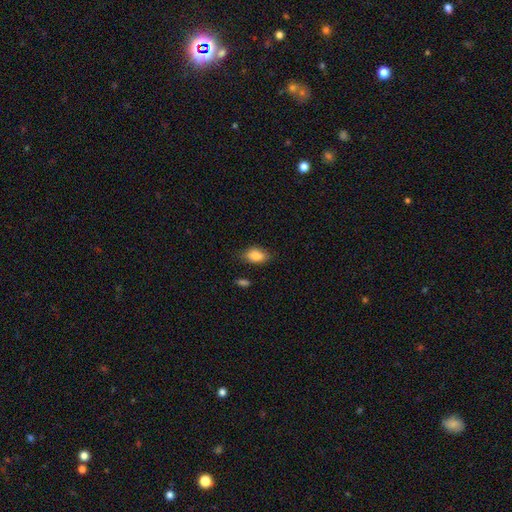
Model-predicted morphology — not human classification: Smooth or featured? Predicted: smooth (p=0.86). How rounded? Predicted: in between (p=0.89). Merging? Predicted: none (p=0.78).